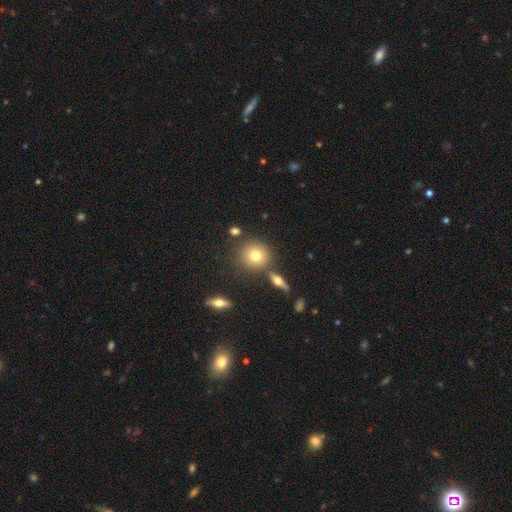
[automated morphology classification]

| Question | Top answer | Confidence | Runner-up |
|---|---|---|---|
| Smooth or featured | smooth | 74% | featured or disk (15%) |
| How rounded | round | 88% | in between (11%) |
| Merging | none | 77% | merger (10%) |